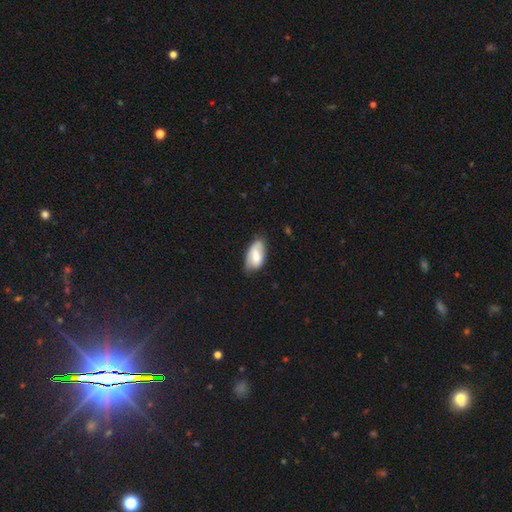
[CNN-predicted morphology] smooth_or_featured: smooth (p=0.64) [alt: featured or disk p=0.29]
how_rounded: in between (p=0.93) [alt: cigar-shaped p=0.04]
merging: none (p=0.57) [alt: minor disturbance p=0.34]